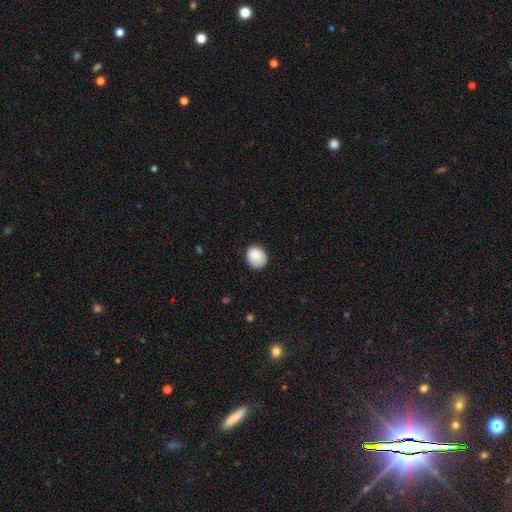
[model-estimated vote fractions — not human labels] The model was most divided on "how rounded": round: 66%, in between: 33%, cigar-shaped: 1%. More confident: smooth or featured — smooth (85%); merging — none (80%).